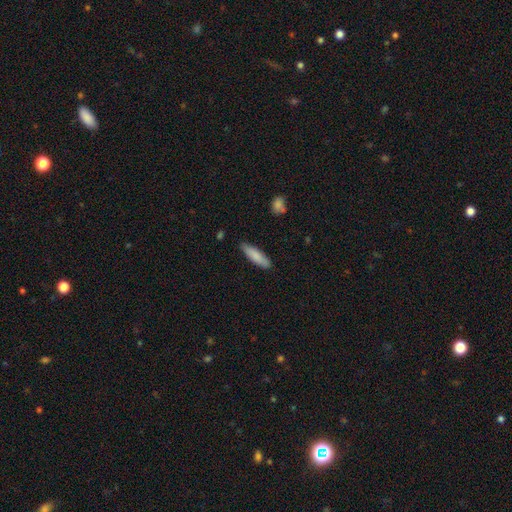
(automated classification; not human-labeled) A smooth galaxy with no disk features (83%) that is cigar-shaped (67%).

Vote fractions:
- Smooth or featured? smooth: 83% / featured or disk: 11% / star or artifact: 6%
- How rounded? cigar-shaped: 67% / in between: 32% / round: 1%
- Merging? none: 85% / minor disturbance: 11% / major disturbance: 2% / merger: 1%